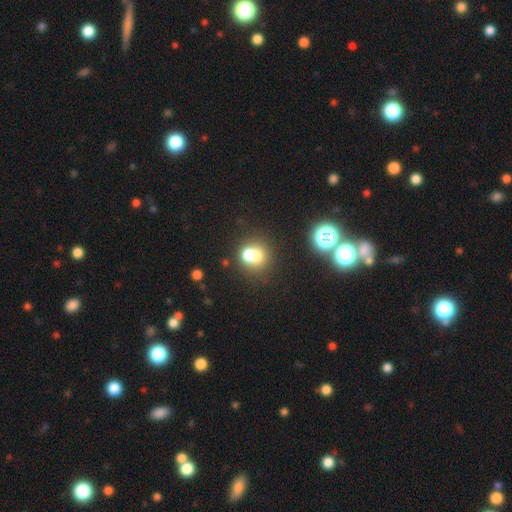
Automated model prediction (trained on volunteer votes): smooth 65%, featured or disk 20%, star or artifact 15%. Down the decision tree: how rounded — round (79%); merging — merger (51%).